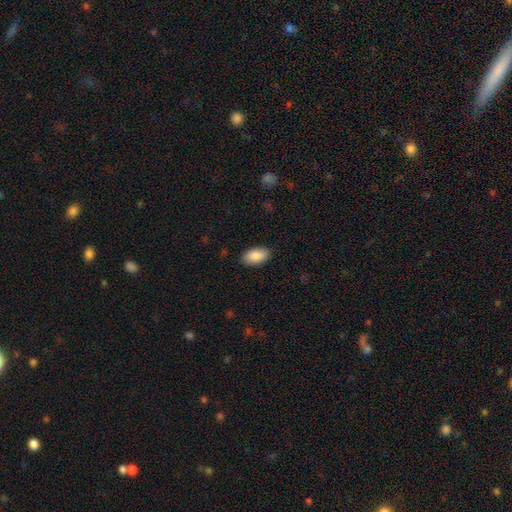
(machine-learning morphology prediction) smooth 88%, star or artifact 6%, featured or disk 6%. Down the decision tree: how rounded — in between (95%); merging — none (87%).